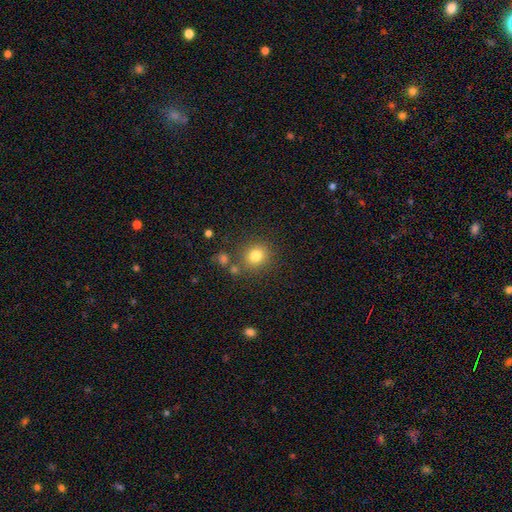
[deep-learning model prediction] This is likely a smooth galaxy (79%). How rounded: clearly round (84%). Merging: likely none (80%).